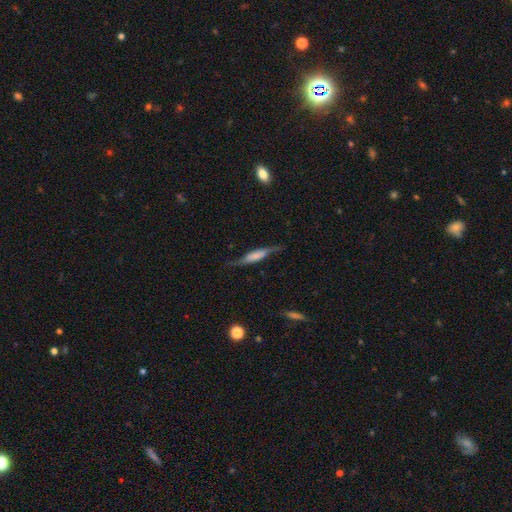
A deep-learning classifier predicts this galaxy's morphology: type=featured or disk (57%); edge-on=yes (77%); merging=none (68%).